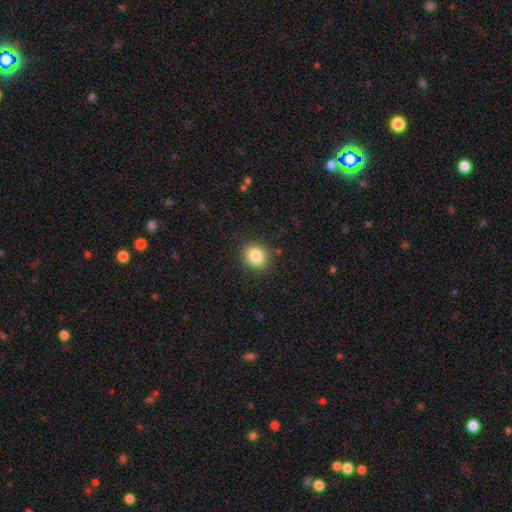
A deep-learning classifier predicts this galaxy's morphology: Smooth or featured: smooth — 85% (star or artifact — 10%)
How rounded: round — 76% (in between — 23%)
Merging: none — 88% (minor disturbance — 8%)